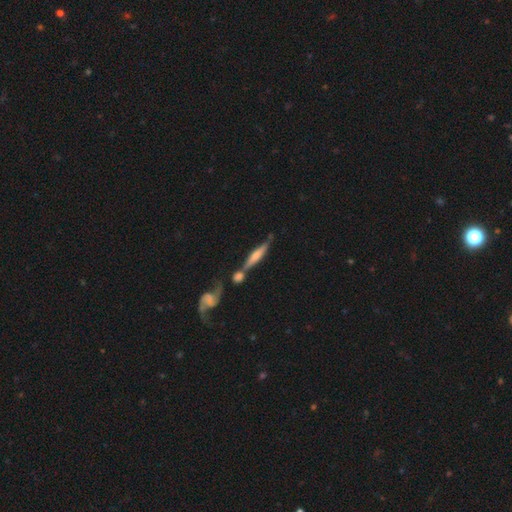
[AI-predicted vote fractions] The model was most divided on "merging": none: 53%, merger: 27%, minor disturbance: 14%, major disturbance: 6%. More confident: edge-on disk — yes (82%); smooth or featured — featured or disk (68%); edge-on bulge — rounded (66%).